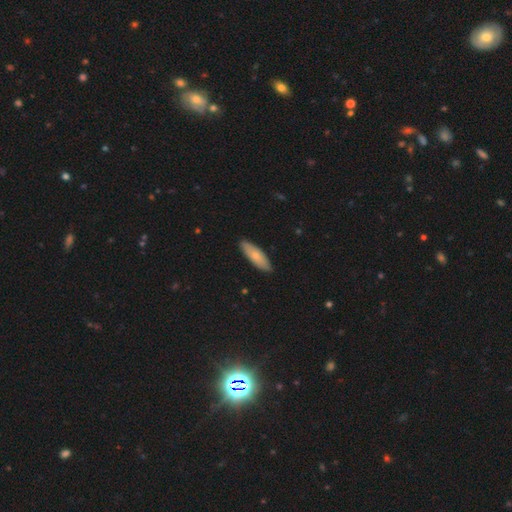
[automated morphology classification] Smooth or featured? smooth (72%)
How rounded? in between (54%)
Merging? none (88%)